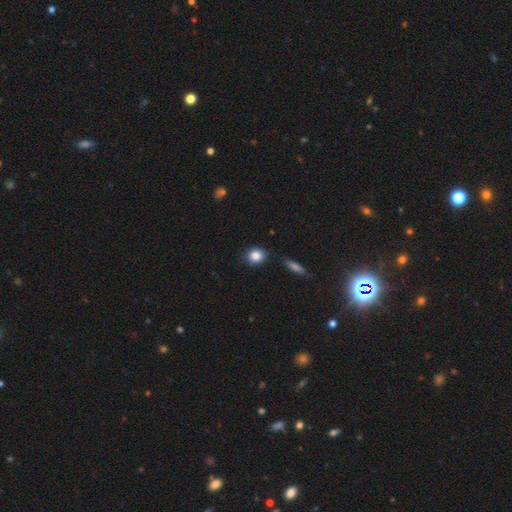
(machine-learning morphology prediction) A smooth galaxy with no disk features (85%) that is round (66%).

Vote fractions:
- Smooth or featured? smooth: 85% / star or artifact: 9% / featured or disk: 6%
- How rounded? round: 66% / in between: 32% / cigar-shaped: 2%
- Merging? none: 83% / minor disturbance: 11% / merger: 3% / major disturbance: 2%